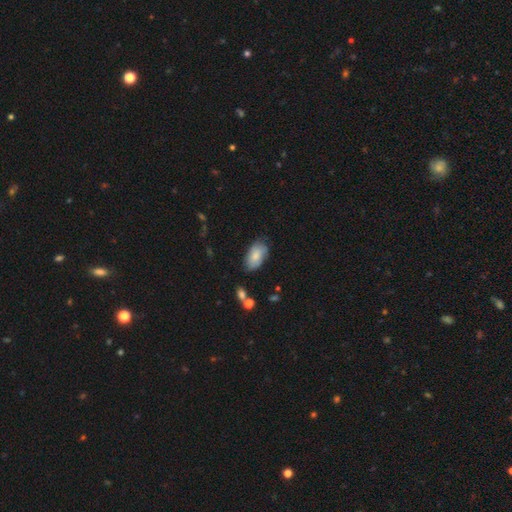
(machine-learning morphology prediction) A smooth galaxy with no disk features (79%) that is in between round and cigar-shaped (94%).

Vote fractions:
- Smooth or featured? smooth: 79% / featured or disk: 15% / star or artifact: 6%
- How rounded? in between: 94% / round: 4% / cigar-shaped: 2%
- Merging? none: 70% / minor disturbance: 23% / major disturbance: 5% / merger: 2%